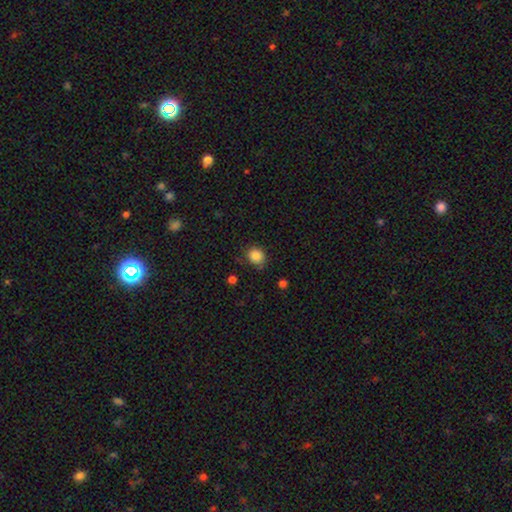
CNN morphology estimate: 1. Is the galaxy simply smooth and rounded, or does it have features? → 86% smooth, 10% star or artifact, 4% featured or disk.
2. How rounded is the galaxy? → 69% round, 30% in between, 1% cigar-shaped.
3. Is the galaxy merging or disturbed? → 70% none, 23% minor disturbance, 5% major disturbance, 2% merger.